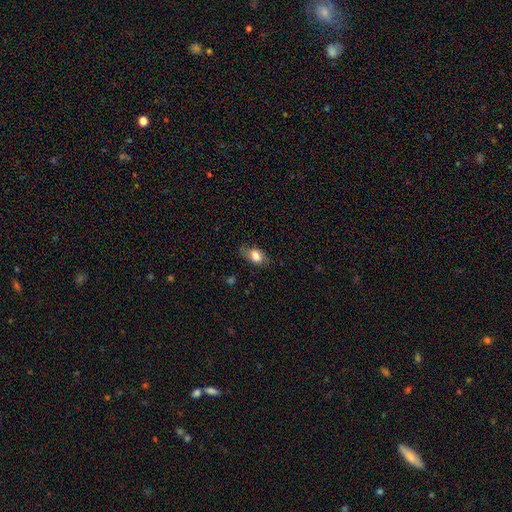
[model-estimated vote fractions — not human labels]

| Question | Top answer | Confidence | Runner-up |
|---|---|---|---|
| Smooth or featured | smooth | 74% | featured or disk (18%) |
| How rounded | in between | 87% | round (9%) |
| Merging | none | 73% | minor disturbance (20%) |